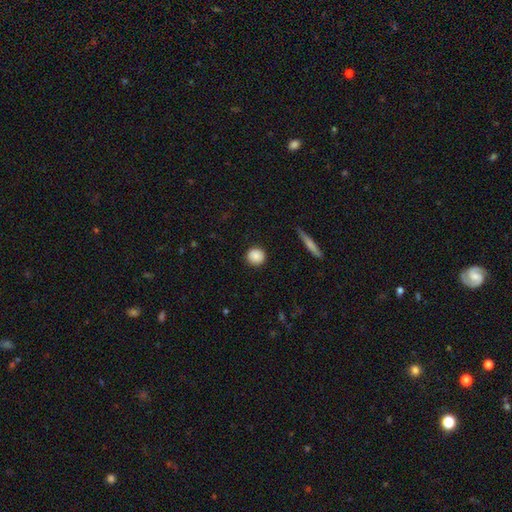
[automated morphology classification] Q: Smooth or featured?
A: smooth (86%); runner-up: star or artifact (8%)
Q: How rounded?
A: round (91%); runner-up: in between (7%)
Q: Merging?
A: none (90%); runner-up: minor disturbance (7%)